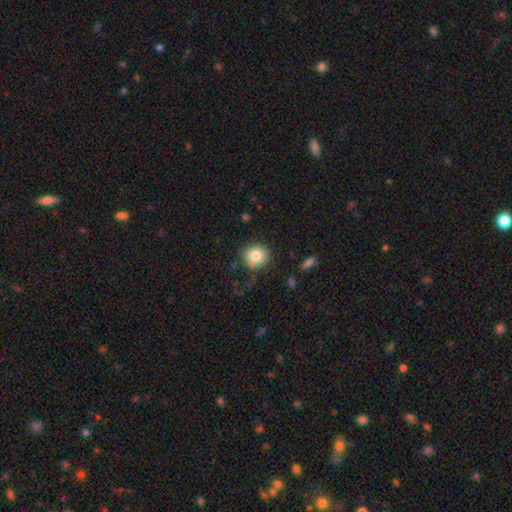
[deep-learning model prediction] smooth_or_featured: smooth (p=0.82) [alt: star or artifact p=0.10]
how_rounded: round (p=0.90) [alt: in between p=0.09]
merging: none (p=0.78) [alt: minor disturbance p=0.15]